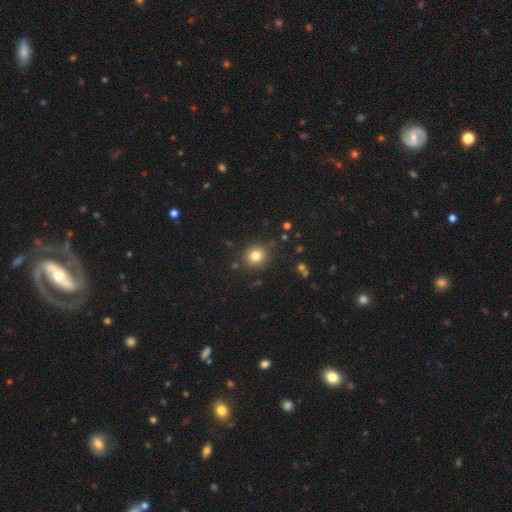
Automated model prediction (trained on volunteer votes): smooth_or_featured: smooth (p=0.81) [alt: star or artifact p=0.13]
how_rounded: round (p=0.89) [alt: in between p=0.10]
merging: none (p=0.86) [alt: minor disturbance p=0.09]